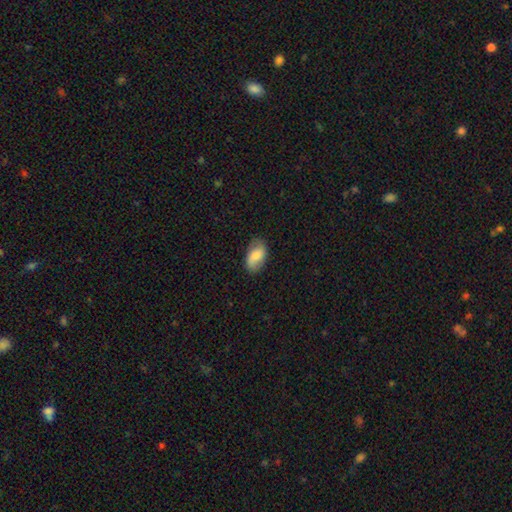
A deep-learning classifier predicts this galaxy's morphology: smooth-or-featured: smooth: 72% | featured or disk: 22% | star or artifact: 7%
  how-rounded: in between: 93% | round: 5% | cigar-shaped: 2%
  merging: none: 77% | minor disturbance: 17% | major disturbance: 4% | merger: 1%